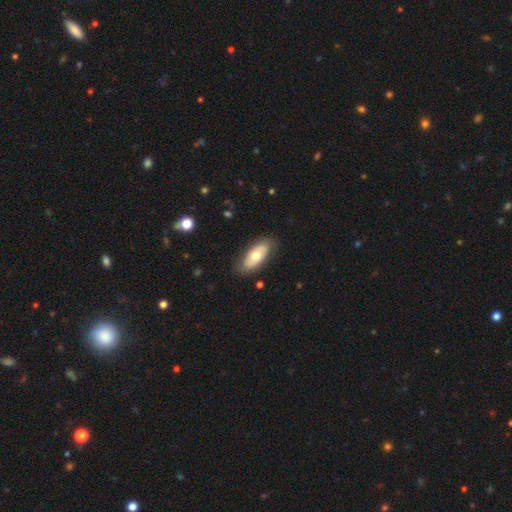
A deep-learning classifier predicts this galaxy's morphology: smooth 59%, featured or disk 36%, star or artifact 5%. Down the decision tree: how rounded — in between (87%); merging — none (80%).